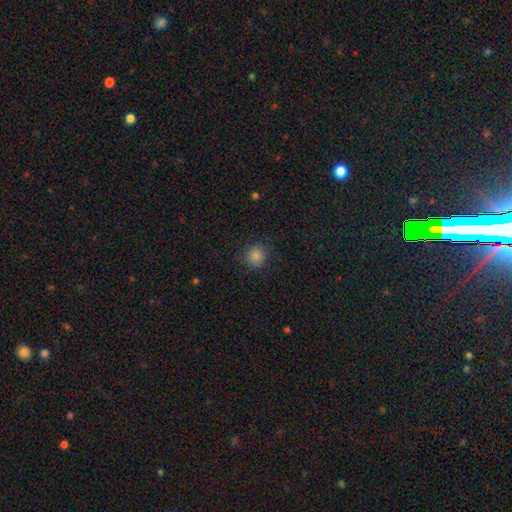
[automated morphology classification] Smooth or featured: smooth — 82% (star or artifact — 14%)
How rounded: round — 88% (in between — 11%)
Merging: none — 87% (minor disturbance — 9%)